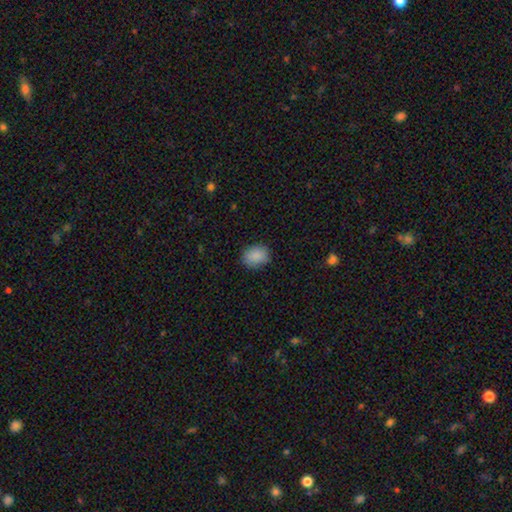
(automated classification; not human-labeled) Overall: smooth (89%). How rounded: in between (55%; round 44%). Merging: none (84%).